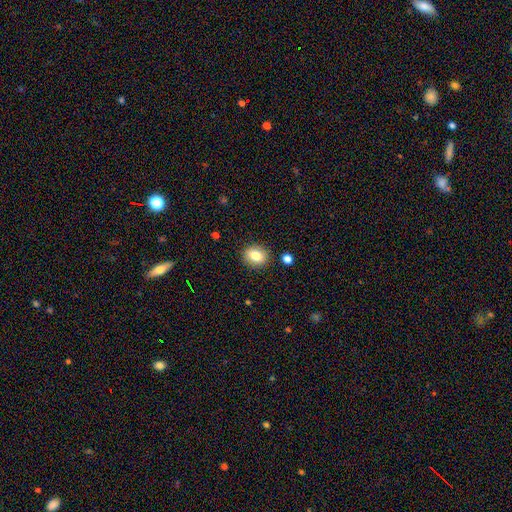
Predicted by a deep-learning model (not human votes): smooth_or_featured: smooth (p=0.80) [alt: featured or disk p=0.10]
how_rounded: round (p=0.52) [alt: in between p=0.46]
merging: none (p=0.88) [alt: minor disturbance p=0.08]